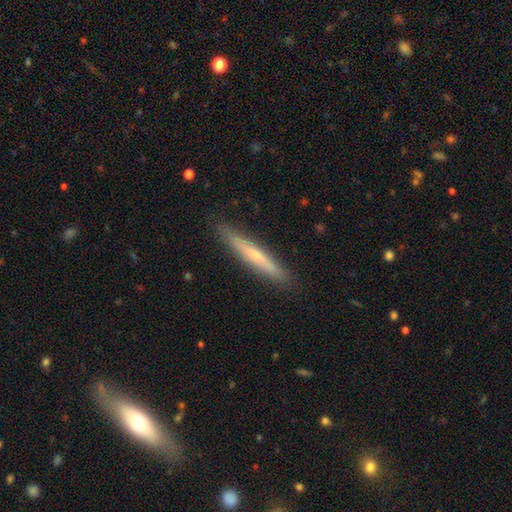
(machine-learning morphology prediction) A featured or disk galaxy (47%, tied with smooth).

Vote fractions:
- Smooth or featured? featured or disk: 47% (tied) / smooth: 47% (tied) / star or artifact: 6%
- Merging? none: 89% / minor disturbance: 8% / major disturbance: 1% / merger: 1%